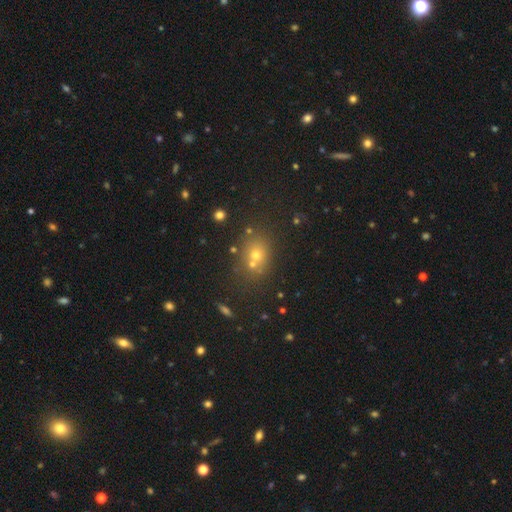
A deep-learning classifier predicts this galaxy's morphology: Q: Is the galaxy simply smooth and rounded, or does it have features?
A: smooth — 58%.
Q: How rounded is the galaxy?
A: round — 62%.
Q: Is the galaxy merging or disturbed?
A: none — 60%.